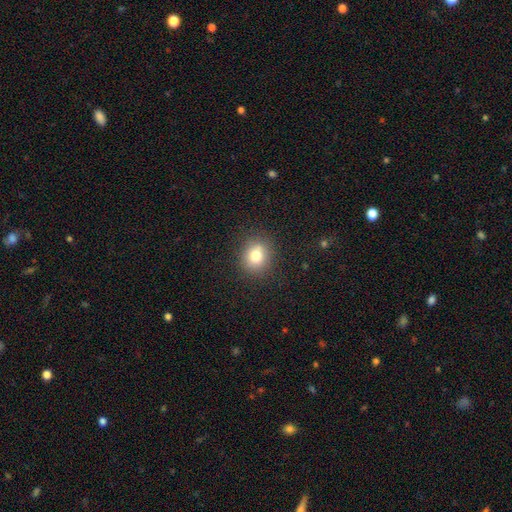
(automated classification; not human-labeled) Overall: smooth (78%). How rounded: round (72%). Merging: none (85%).